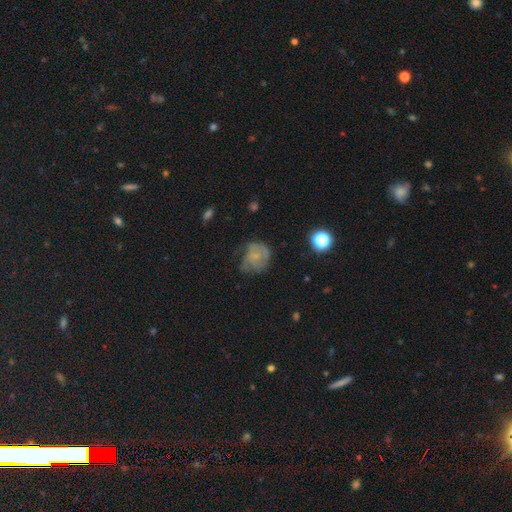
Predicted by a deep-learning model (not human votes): Smooth or featured? Predicted: smooth (p=0.43, tied with featured or disk). Merging? Predicted: none (p=0.42).